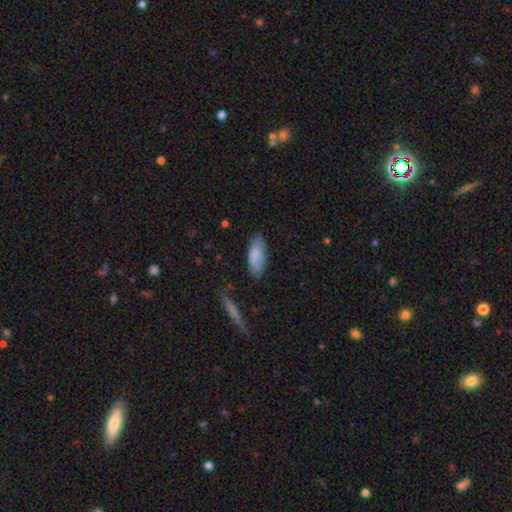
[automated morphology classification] Overall: smooth (82%). How rounded: in between (81%). Merging: none (78%).